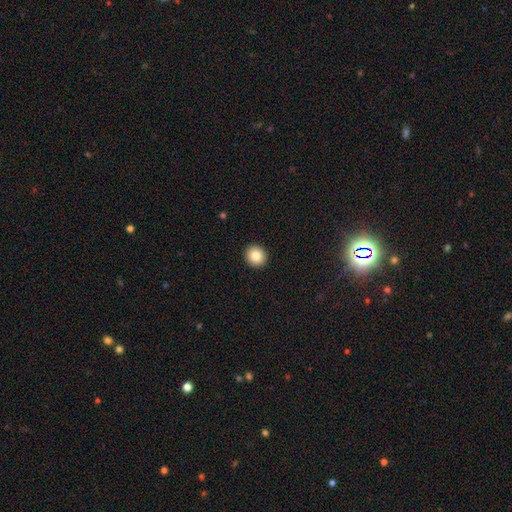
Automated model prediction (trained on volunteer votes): A smooth galaxy with no disk features (84%) that is round (90%). Merging: none (93%).